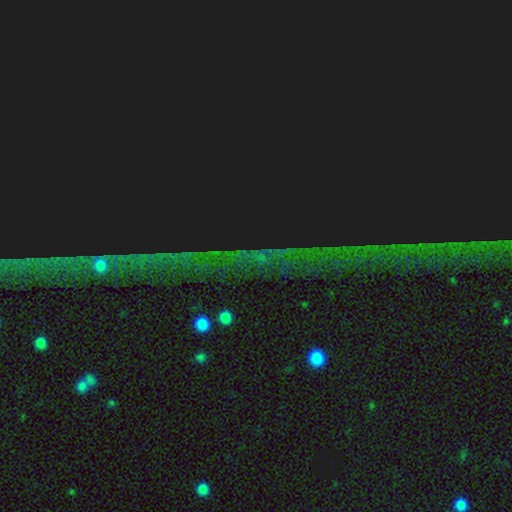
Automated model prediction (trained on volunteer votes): Overall: star or artifact (84%).